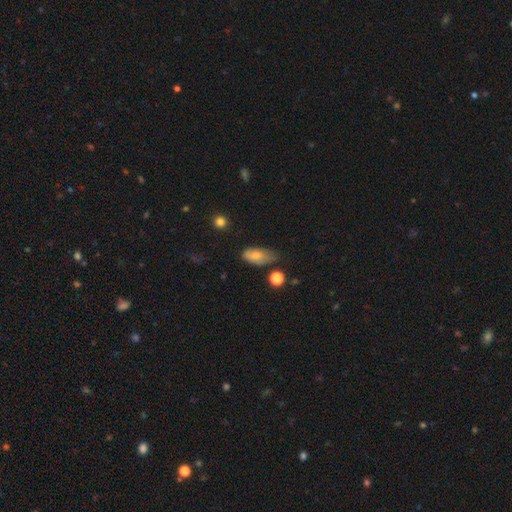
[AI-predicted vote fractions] Q: Smooth or featured?
A: smooth (74%); runner-up: featured or disk (18%)
Q: How rounded?
A: in between (88%); runner-up: cigar-shaped (7%)
Q: Merging?
A: none (46%); runner-up: minor disturbance (39%)